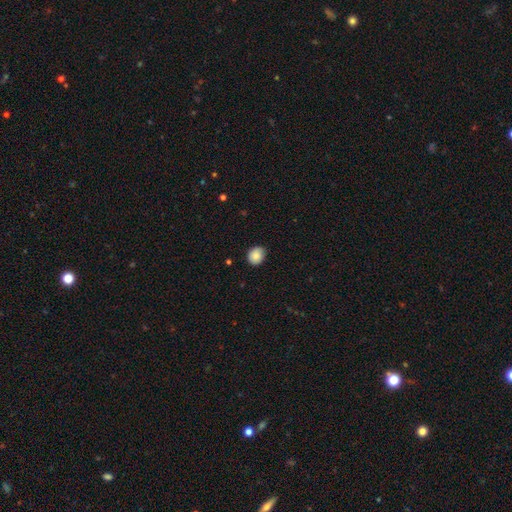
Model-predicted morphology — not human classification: Smooth or featured? Predicted: smooth (p=0.84). How rounded? Predicted: round (p=0.65). Merging? Predicted: none (p=0.78).